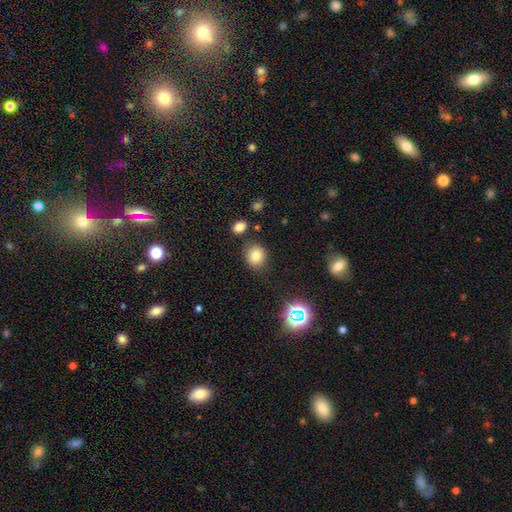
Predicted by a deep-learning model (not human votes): Morphology: type=smooth (79%); roundness=round (77%); merging=none (80%).